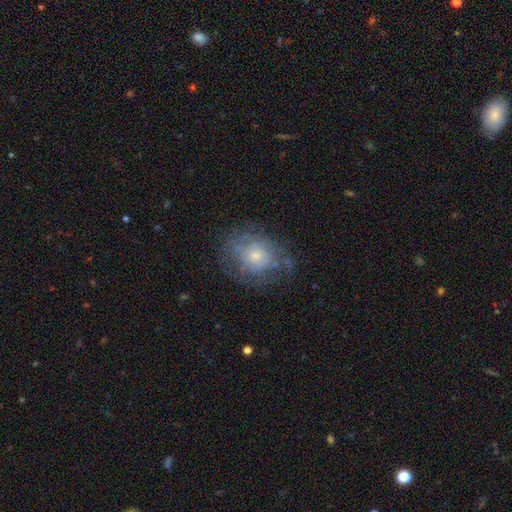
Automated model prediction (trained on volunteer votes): featured or disk 47%, smooth 43%, star or artifact 10%. Down the decision tree: merging — none (62%).